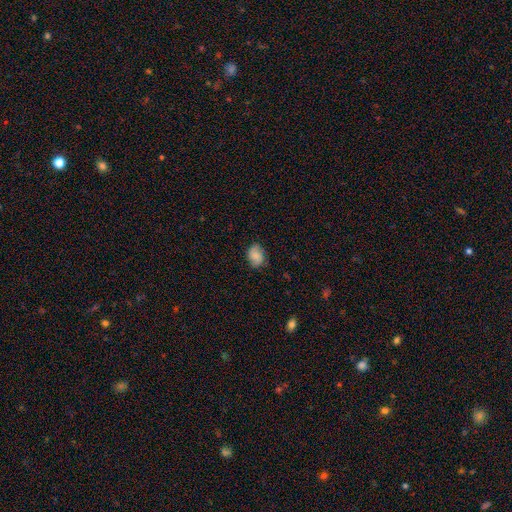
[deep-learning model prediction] Overall: smooth (77%). How rounded: in between (64%; round 35%). Merging: none (73%).